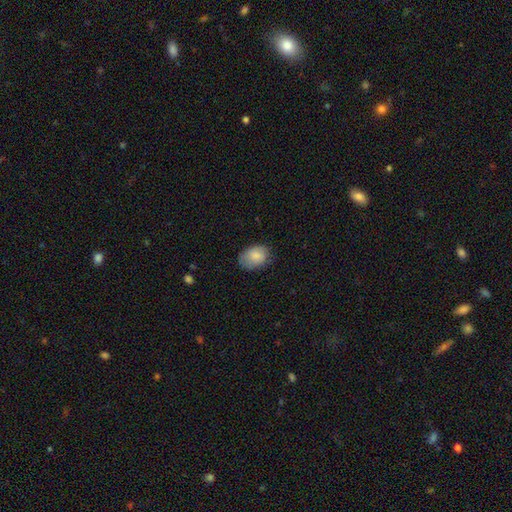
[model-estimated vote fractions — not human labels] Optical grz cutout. It shows a smooth galaxy with no disk features (84%) that is in between round and cigar-shaped (77%). Merging: none (71%).